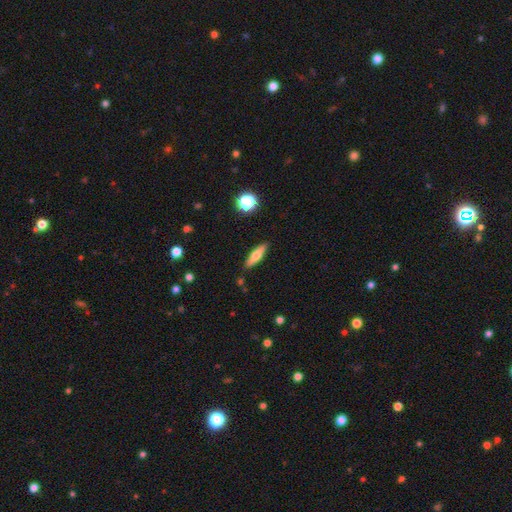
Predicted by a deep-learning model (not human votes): Morphology: type=smooth (60%); roundness=cigar-shaped (64%); merging=none (88%).